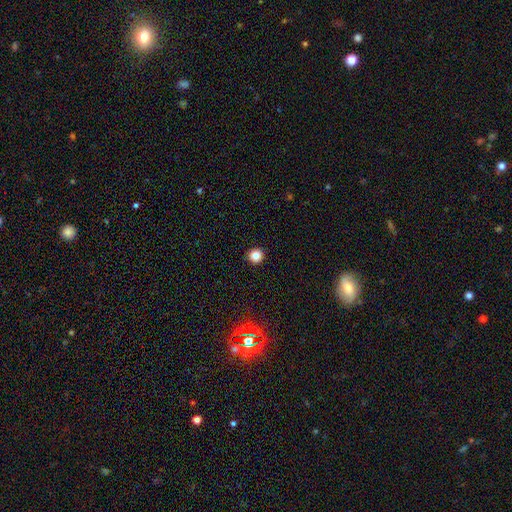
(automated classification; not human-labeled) A smooth galaxy with no disk features (83%) that is round (94%). Merging: none (94%).